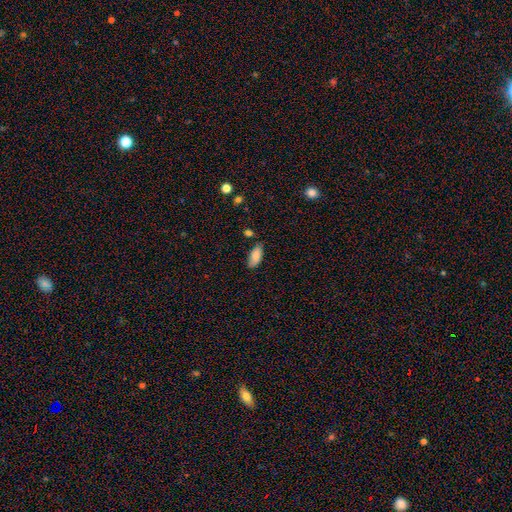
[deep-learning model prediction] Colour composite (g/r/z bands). It shows a smooth galaxy with no disk features (87%) that is in between round and cigar-shaped (88%). Merging: none (73%).